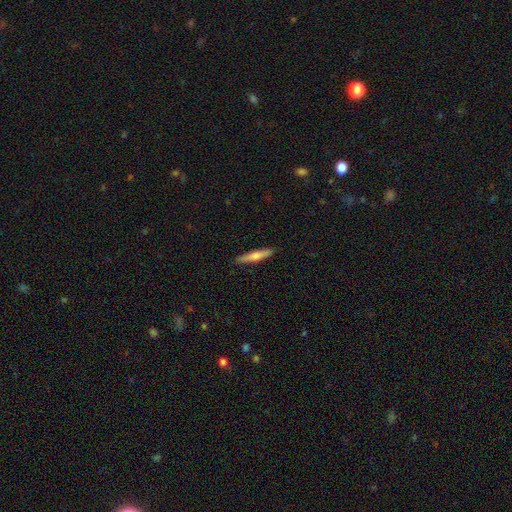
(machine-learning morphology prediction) This appears to be a smooth galaxy with no disk features (58%) that is cigar-shaped (91%). Merging: none (91%).